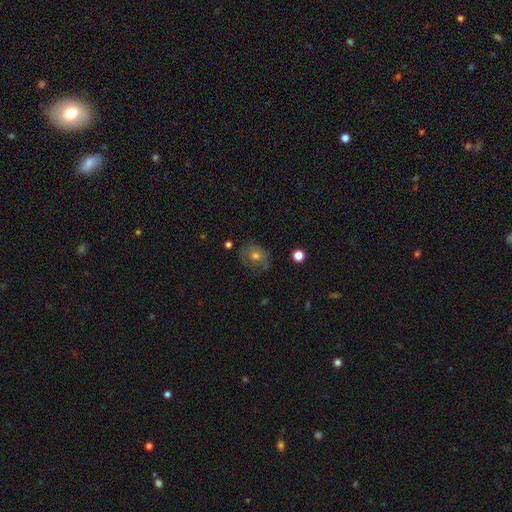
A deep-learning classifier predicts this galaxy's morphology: smooth-or-featured: smooth: 57% | featured or disk: 28% | star or artifact: 15%
  how-rounded: round: 59% | in between: 40% | cigar-shaped: 1%
  merging: none: 69% | minor disturbance: 21% | major disturbance: 8% | merger: 2%